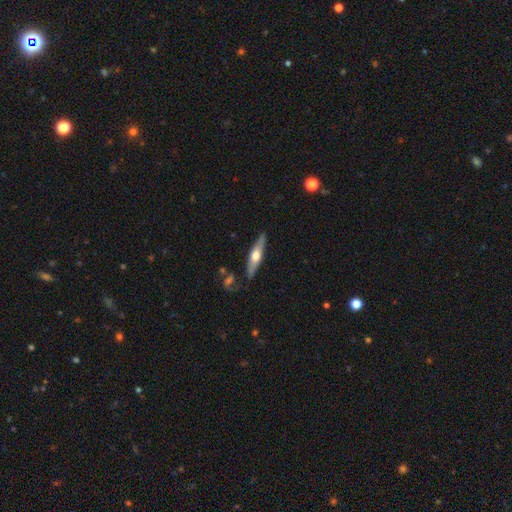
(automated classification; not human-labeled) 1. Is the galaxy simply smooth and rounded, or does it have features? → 54% featured or disk, 41% smooth, 5% star or artifact.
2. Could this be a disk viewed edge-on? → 90% yes, 10% no.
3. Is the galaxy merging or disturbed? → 84% none, 11% minor disturbance, 3% merger, 2% major disturbance.